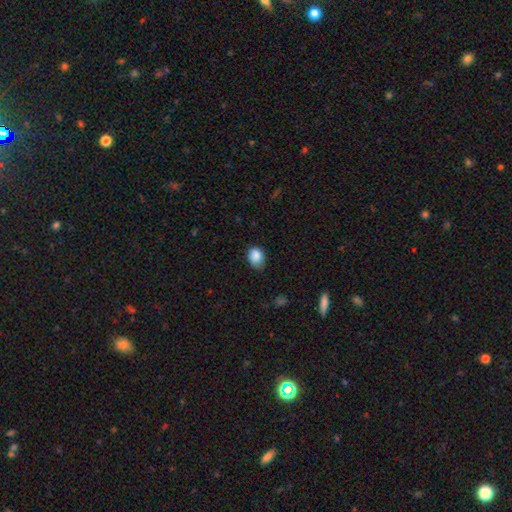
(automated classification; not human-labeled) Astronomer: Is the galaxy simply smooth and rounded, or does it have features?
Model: smooth — 86%.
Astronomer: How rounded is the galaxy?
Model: in between — 62% (runner-up: round, 37%).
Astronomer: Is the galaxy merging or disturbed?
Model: none — 64%.